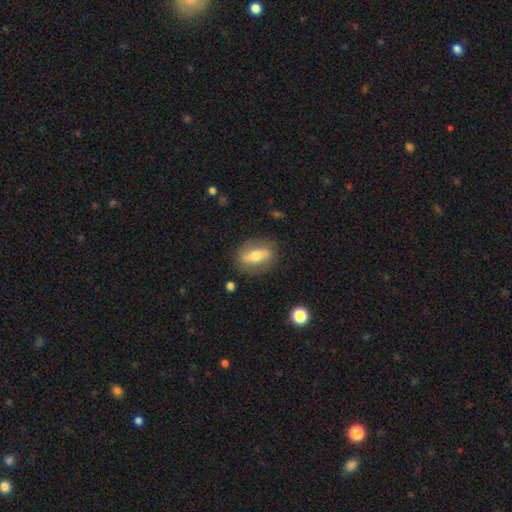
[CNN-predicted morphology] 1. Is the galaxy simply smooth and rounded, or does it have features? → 47% smooth, 46% featured or disk, 7% star or artifact.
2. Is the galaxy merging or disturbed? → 83% none, 11% minor disturbance, 4% major disturbance, 1% merger.